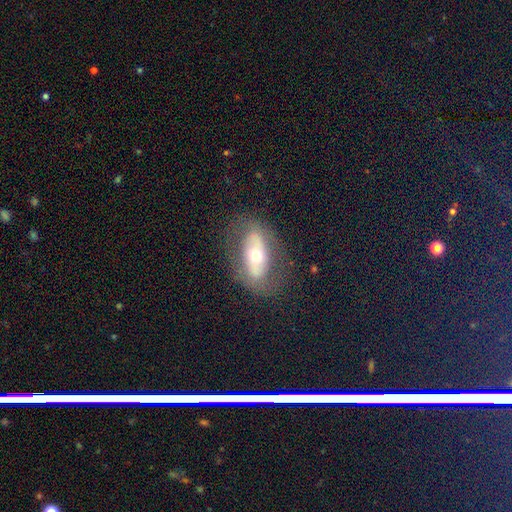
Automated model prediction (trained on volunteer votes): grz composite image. It shows a featured or disk galaxy (56%). Merging: none (74%).